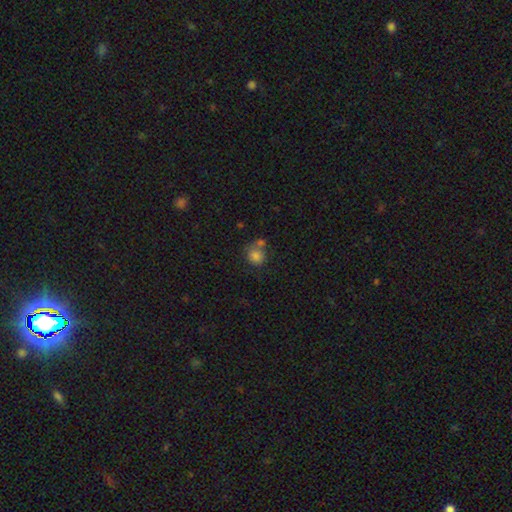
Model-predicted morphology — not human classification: Smooth or featured?
  - smooth: 82% *
  - star or artifact: 11%
  - featured or disk: 8%
How rounded?
  - round: 79% *
  - in between: 20%
  - cigar-shaped: 1%
Merging?
  - none: 49% *
  - merger: 27%
  - minor disturbance: 16%
  - major disturbance: 7%